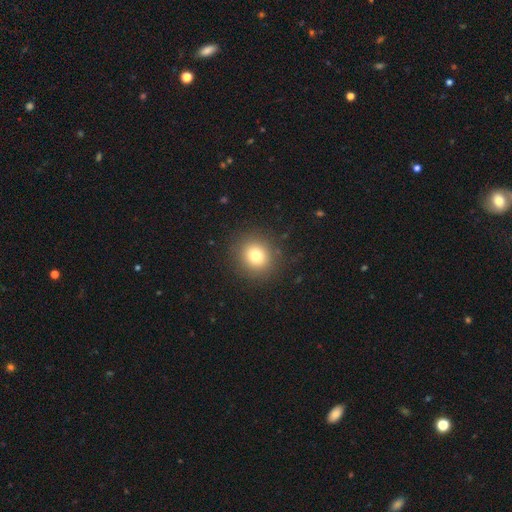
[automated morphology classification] smooth_or_featured: smooth (p=0.77) [alt: star or artifact p=0.14]
how_rounded: round (p=0.89) [alt: in between p=0.10]
merging: none (p=0.89) [alt: minor disturbance p=0.07]